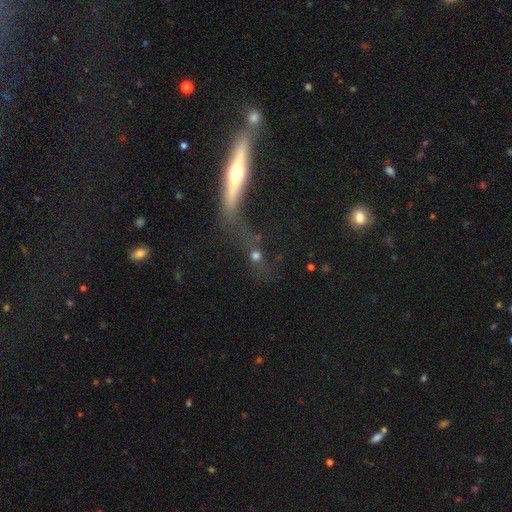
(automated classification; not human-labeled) The model was most divided on "merging": merger: 33%, none: 32%, major disturbance: 22%, minor disturbance: 12%. Remaining: smooth or featured — smooth (50%).